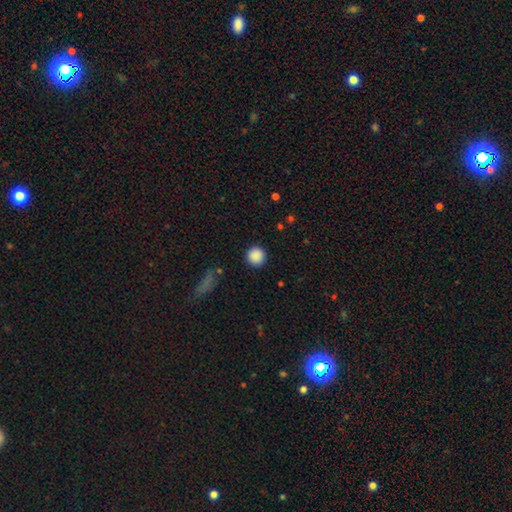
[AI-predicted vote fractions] Morphology: type=smooth (89%); roundness=round (95%); merging=none (91%).